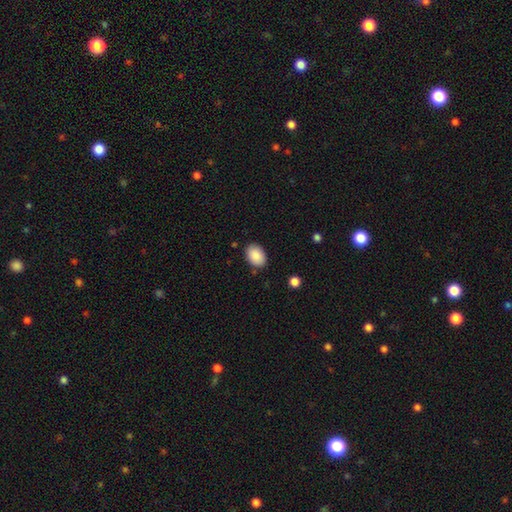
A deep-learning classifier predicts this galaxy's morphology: Overall: smooth (89%). How rounded: in between (83%). Merging: none (85%).